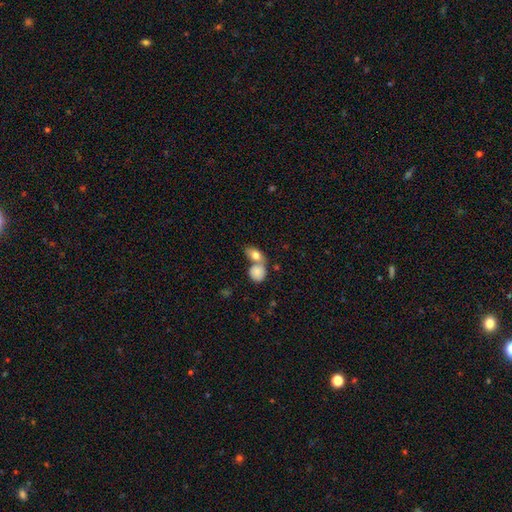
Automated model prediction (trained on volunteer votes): A smooth galaxy with no disk features (81%) that is in between round and cigar-shaped (68%).

Vote fractions:
- Smooth or featured? smooth: 81% / featured or disk: 12% / star or artifact: 7%
- How rounded? in between: 68% / round: 29% / cigar-shaped: 3%
- Merging? merger: 62% / none: 27% / minor disturbance: 7% / major disturbance: 4%